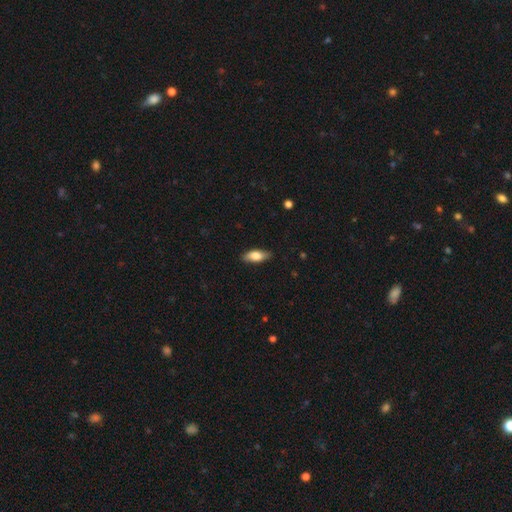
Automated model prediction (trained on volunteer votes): This is likely a smooth galaxy (78%). How rounded: likely in between (79%). Merging: clearly none (85%).